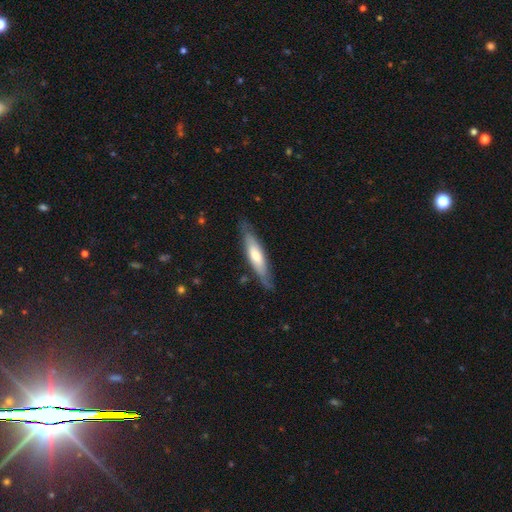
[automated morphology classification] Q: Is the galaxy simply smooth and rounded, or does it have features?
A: smooth — 52%.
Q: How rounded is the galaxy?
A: cigar-shaped — 76%.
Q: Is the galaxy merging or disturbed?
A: none — 79%.